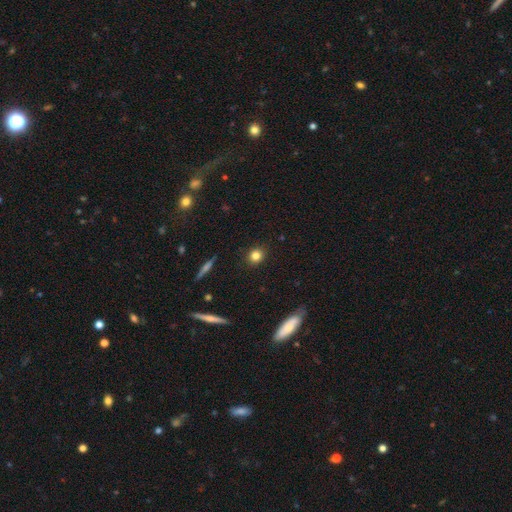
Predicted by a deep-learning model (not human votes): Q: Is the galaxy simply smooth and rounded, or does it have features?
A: smooth — 82%.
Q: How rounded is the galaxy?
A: round — 84%.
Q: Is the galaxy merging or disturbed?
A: none — 90%.